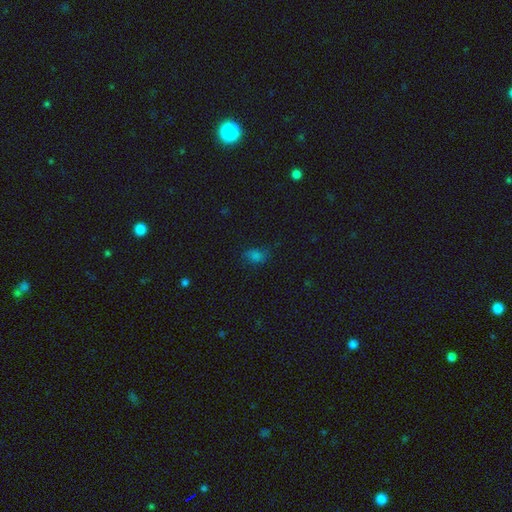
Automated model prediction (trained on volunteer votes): Q: Smooth or featured?
A: smooth (72%); runner-up: star or artifact (21%)
Q: How rounded?
A: in between (73%); runner-up: round (25%)
Q: Merging?
A: none (63%); runner-up: minor disturbance (26%)